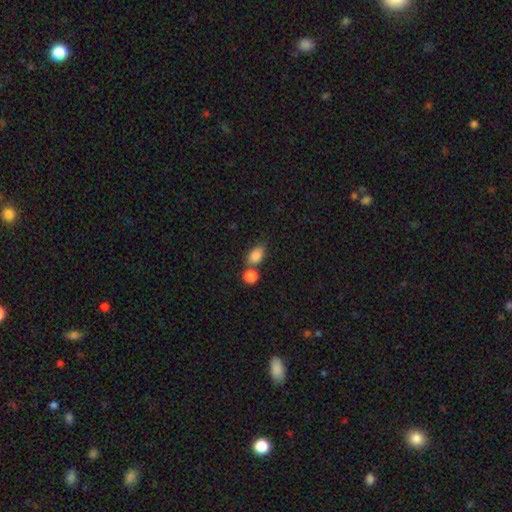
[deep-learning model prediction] smooth 85%, star or artifact 9%, featured or disk 5%. Down the decision tree: how rounded — in between (81%); merging — none (52%).